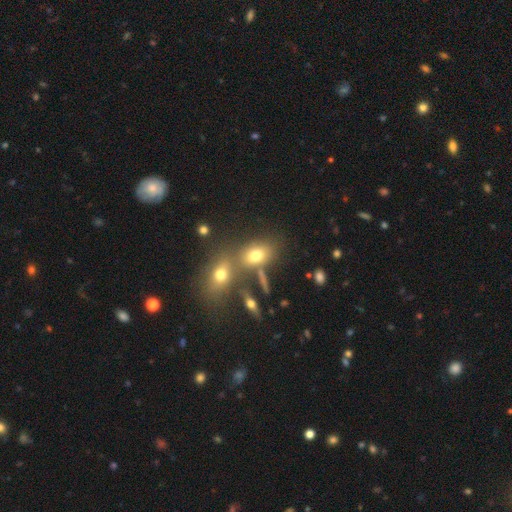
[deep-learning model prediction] Smooth or featured: smooth — 71% (featured or disk — 15%)
How rounded: in between — 75% (round — 23%)
Merging: none — 54% (merger — 28%)